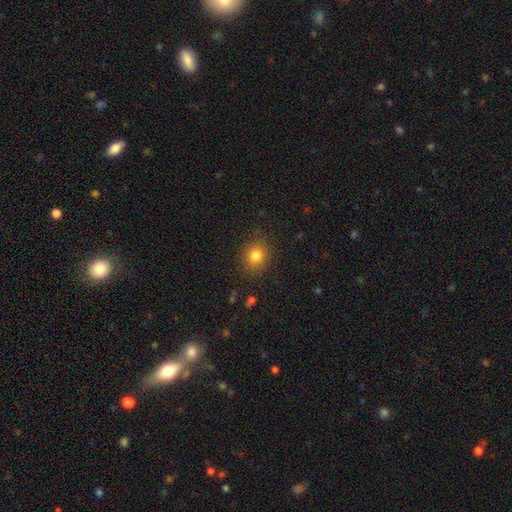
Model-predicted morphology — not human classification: Q: Smooth or featured?
A: smooth (82%); runner-up: star or artifact (12%)
Q: How rounded?
A: round (74%); runner-up: in between (25%)
Q: Merging?
A: none (87%); runner-up: minor disturbance (9%)